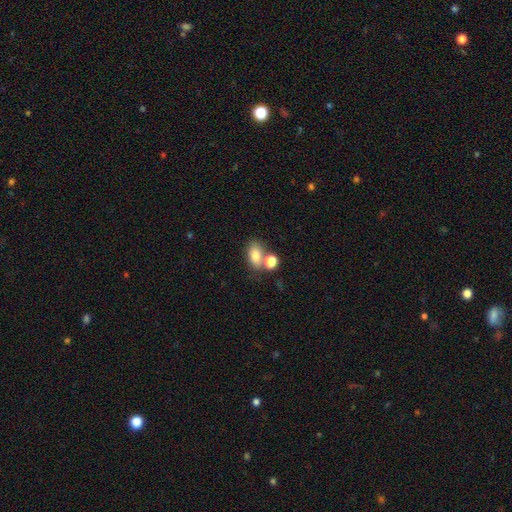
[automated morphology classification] Smooth or featured?
  - smooth: 79% *
  - featured or disk: 11%
  - star or artifact: 10%
How rounded?
  - in between: 80% *
  - round: 17%
  - cigar-shaped: 2%
Merging?
  - none: 51% *
  - merger: 33%
  - minor disturbance: 12%
  - major disturbance: 5%